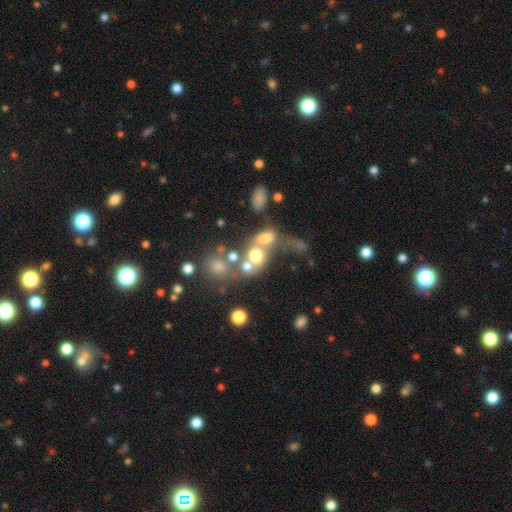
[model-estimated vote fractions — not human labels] Overall: smooth (61%; featured or disk 22%). How rounded: round (56%; in between 41%). Merging: merger (54%; none 25%).